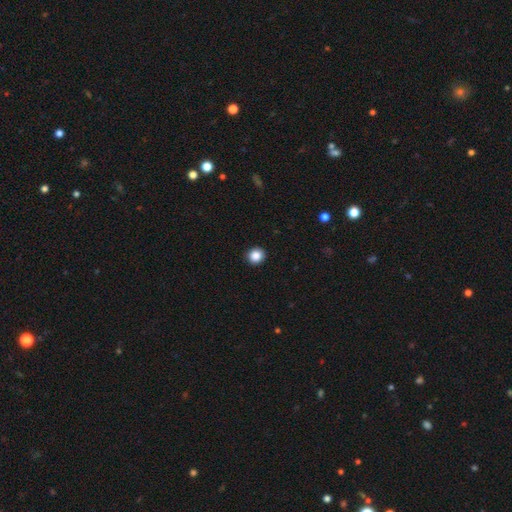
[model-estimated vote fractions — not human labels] The model was most divided on "smooth or featured": smooth: 87%, star or artifact: 10%, featured or disk: 4%. More confident: merging — none (93%); how rounded — round (89%).